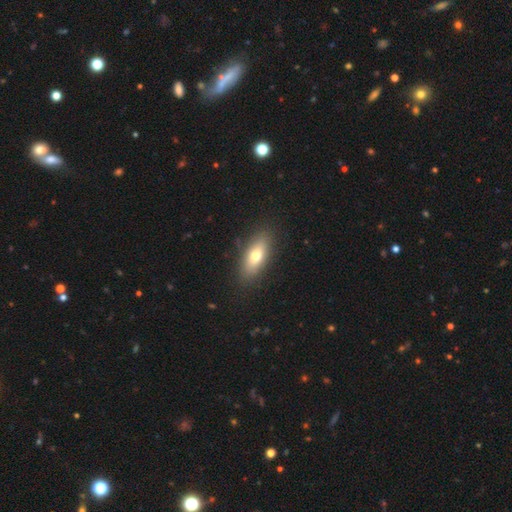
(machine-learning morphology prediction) This appears to be a smooth galaxy with no disk features (68%) that is in between round and cigar-shaped (77%). Merging: none (85%).